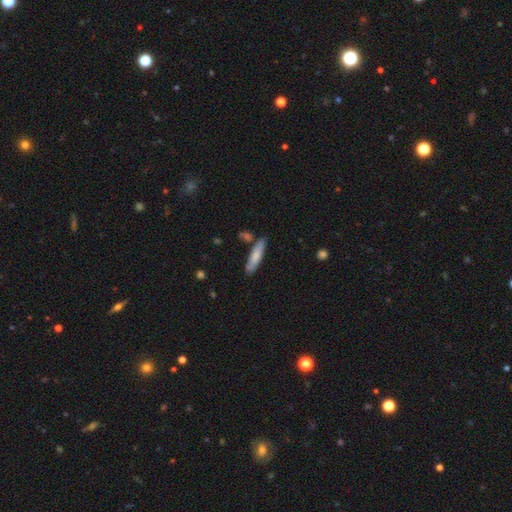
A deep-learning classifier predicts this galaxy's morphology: Q: Smooth or featured?
A: smooth (74%); runner-up: featured or disk (20%)
Q: How rounded?
A: cigar-shaped (78%); runner-up: in between (21%)
Q: Merging?
A: none (76%); runner-up: minor disturbance (15%)